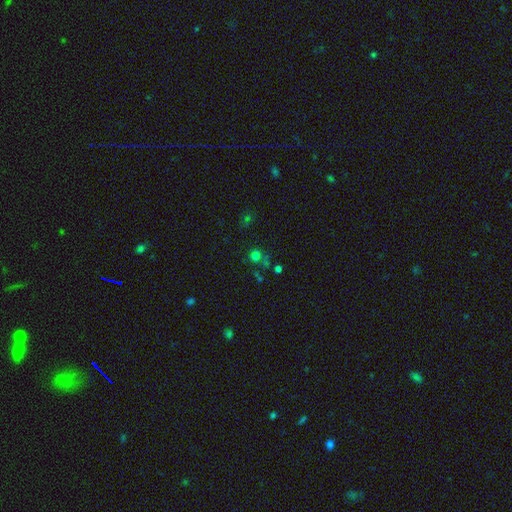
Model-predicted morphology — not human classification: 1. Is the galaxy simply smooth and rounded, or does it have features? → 64% smooth, 27% star or artifact, 9% featured or disk.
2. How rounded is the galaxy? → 89% round, 10% in between, 1% cigar-shaped.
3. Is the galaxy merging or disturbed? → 65% none, 16% merger, 12% minor disturbance, 7% major disturbance.